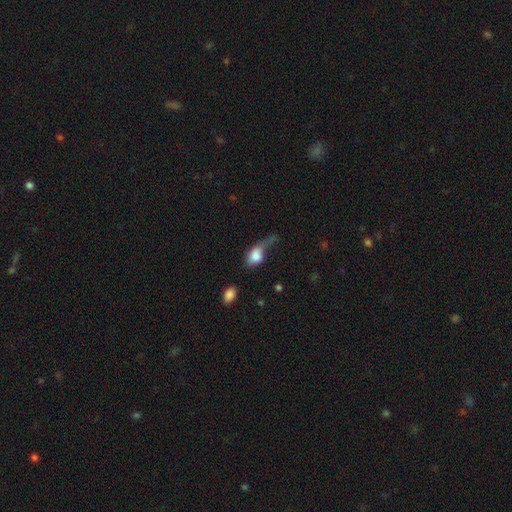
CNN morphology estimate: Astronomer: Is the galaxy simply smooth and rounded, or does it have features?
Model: smooth — 71%.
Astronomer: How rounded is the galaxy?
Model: in between — 73%.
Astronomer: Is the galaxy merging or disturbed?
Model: major disturbance — 48% (runner-up: minor disturbance, 23%).